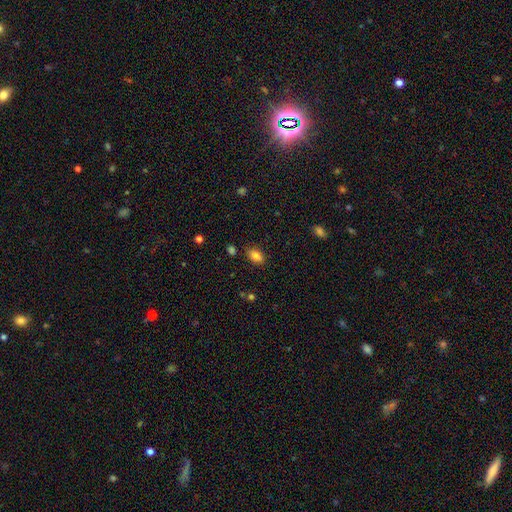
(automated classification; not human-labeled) A smooth galaxy with no disk features (83%) that is in between round and cigar-shaped (88%).

Vote fractions:
- Smooth or featured? smooth: 83% / star or artifact: 10% / featured or disk: 7%
- How rounded? in between: 88% / round: 8% / cigar-shaped: 4%
- Merging? none: 81% / minor disturbance: 13% / merger: 4% / major disturbance: 3%